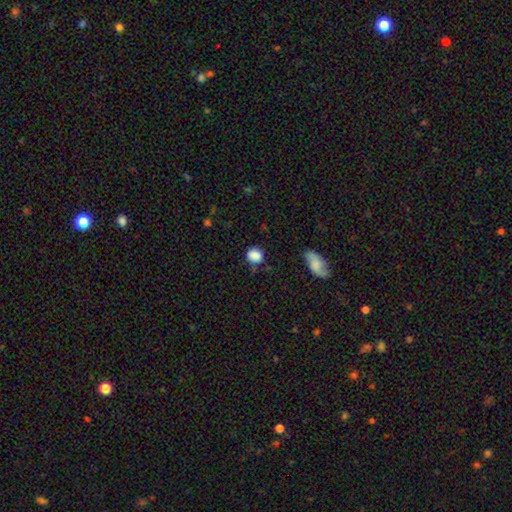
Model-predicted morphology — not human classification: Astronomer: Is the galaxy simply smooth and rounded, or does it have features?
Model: smooth — 86%.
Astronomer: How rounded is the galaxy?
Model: round — 70%.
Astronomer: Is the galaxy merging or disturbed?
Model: none — 68%.